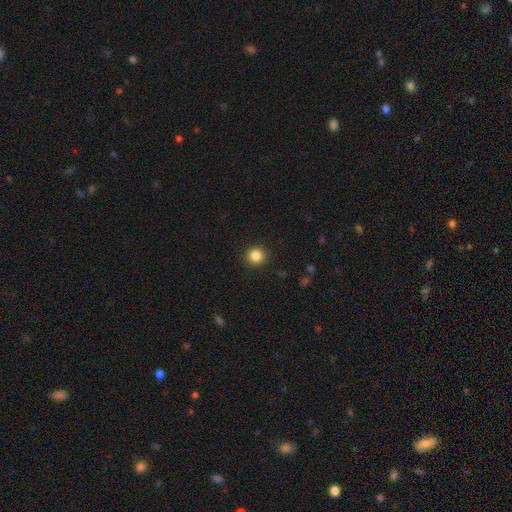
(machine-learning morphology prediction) Q: Smooth or featured?
A: smooth (85%); runner-up: star or artifact (11%)
Q: How rounded?
A: round (93%); runner-up: in between (6%)
Q: Merging?
A: none (92%); runner-up: minor disturbance (5%)